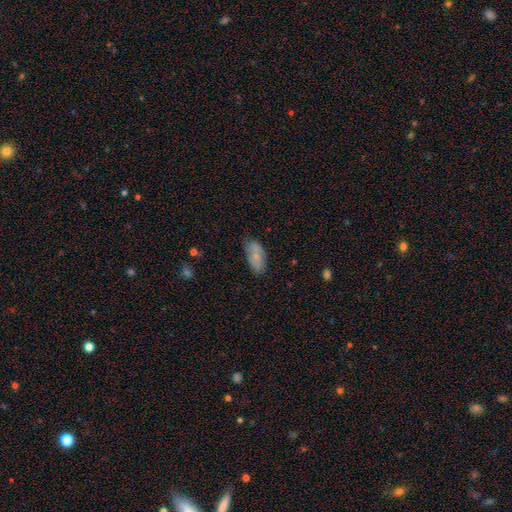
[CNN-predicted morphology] smooth-or-featured: smooth: 75% | featured or disk: 17% | star or artifact: 8%
  how-rounded: in between: 91% | cigar-shaped: 6% | round: 3%
  merging: none: 68% | minor disturbance: 24% | major disturbance: 5% | merger: 3%